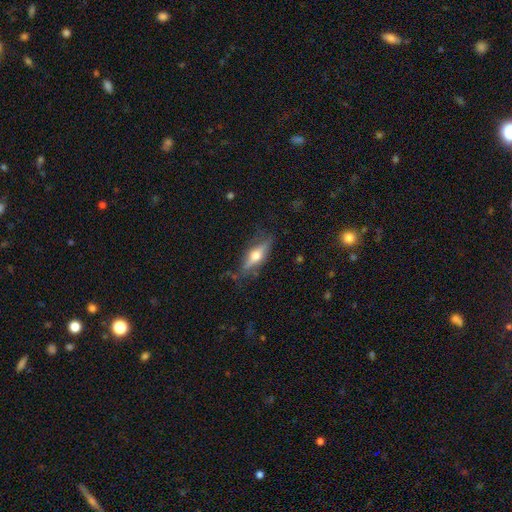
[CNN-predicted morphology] Q: Smooth or featured?
A: featured or disk (57%); runner-up: smooth (36%)
Q: Edge-on disk?
A: yes (90%); runner-up: no (10%)
Q: Edge-on bulge?
A: rounded (94%); runner-up: boxy (4%)
Q: Merging?
A: none (76%); runner-up: minor disturbance (17%)